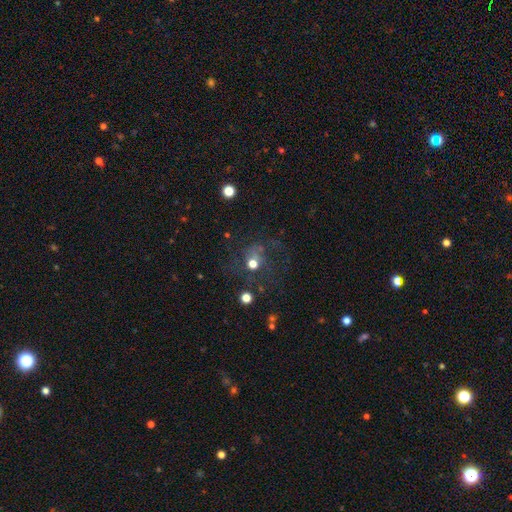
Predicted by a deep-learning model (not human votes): Morphology: type=featured or disk (38%); merging=none (49%).